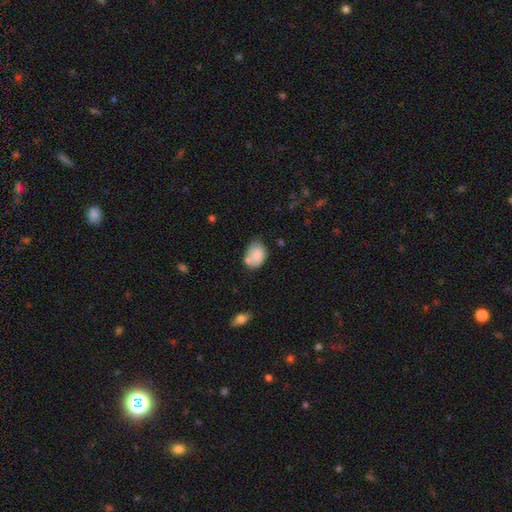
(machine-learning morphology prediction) Smooth or featured? smooth (78%)
How rounded? in between (78%)
Merging? none (44%)